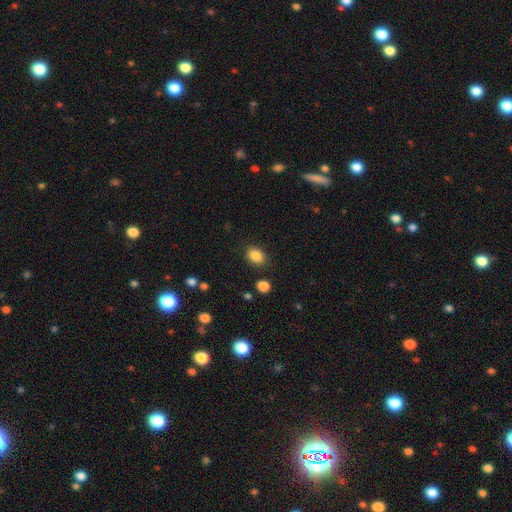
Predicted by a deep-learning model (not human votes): This is clearly a smooth galaxy (86%). How rounded: likely in between (72%). Merging: clearly none (84%).